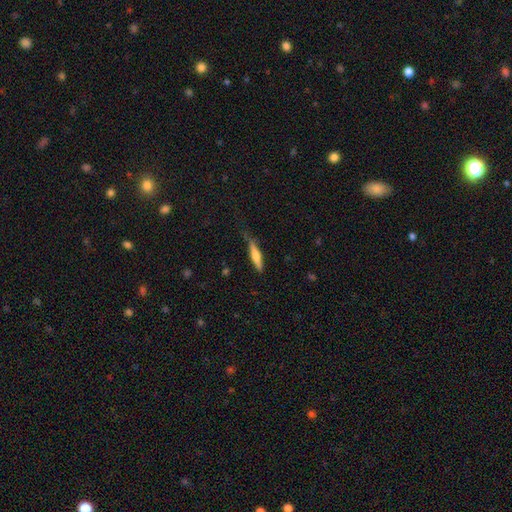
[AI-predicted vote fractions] The model was most divided on "smooth or featured": smooth: 54%, featured or disk: 40%, star or artifact: 6%. More confident: how rounded — cigar-shaped (86%); merging — none (72%).